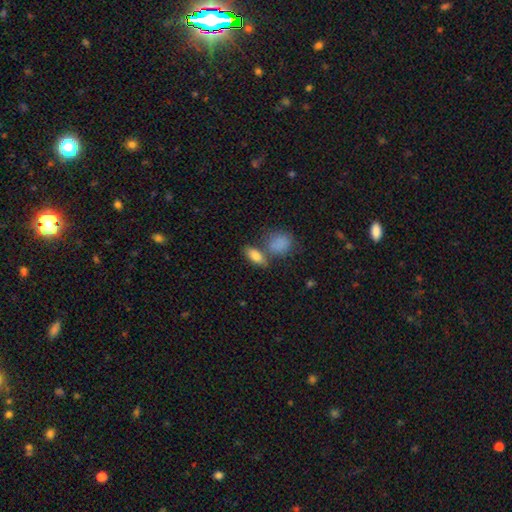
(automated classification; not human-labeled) Q: Smooth or featured?
A: smooth (82%); runner-up: featured or disk (10%)
Q: How rounded?
A: in between (83%); runner-up: cigar-shaped (12%)
Q: Merging?
A: none (60%); runner-up: merger (23%)